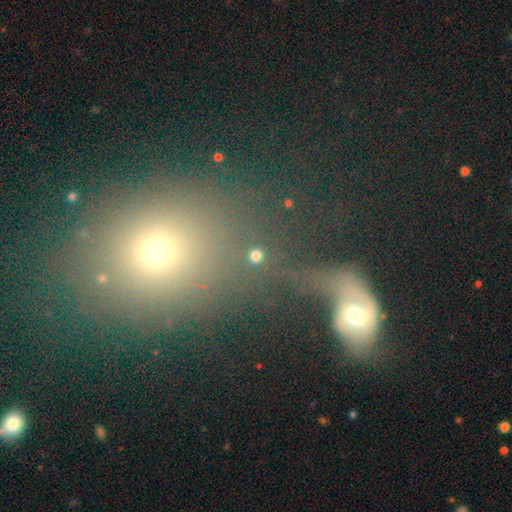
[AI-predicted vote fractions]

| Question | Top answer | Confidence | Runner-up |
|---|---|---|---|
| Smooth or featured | smooth | 62% | star or artifact (31%) |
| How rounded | round | 91% | in between (7%) |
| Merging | none | 80% | merger (8%) |